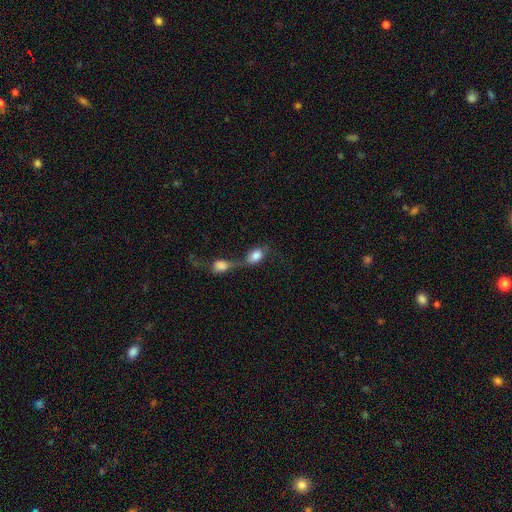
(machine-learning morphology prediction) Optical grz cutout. It shows a smooth galaxy with no disk features (74%) that is in between round and cigar-shaped (74%). Merging: merger (73%).